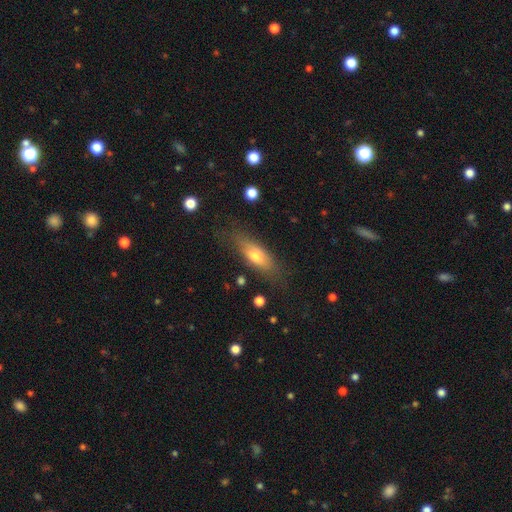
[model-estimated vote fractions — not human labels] Morphology: type=smooth (62%); roundness=in between (58%); merging=none (74%).